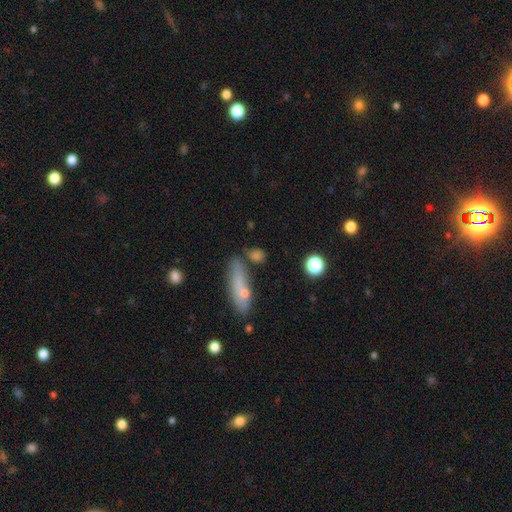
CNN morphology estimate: smooth-or-featured: smooth: 72% | star or artifact: 15% | featured or disk: 13%
  how-rounded: in between: 41% | round: 31% | cigar-shaped: 28%
  merging: none: 66% | minor disturbance: 15% | merger: 13% | major disturbance: 6%